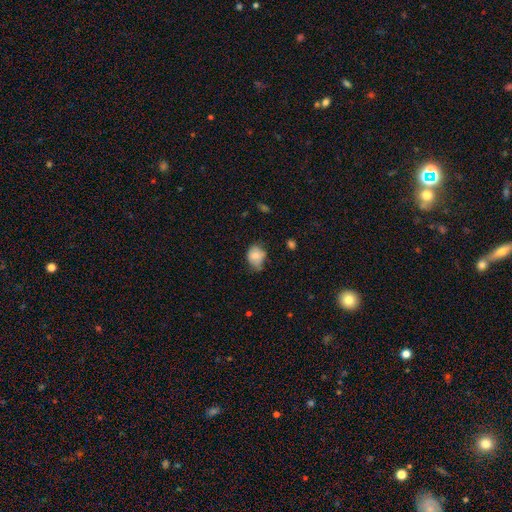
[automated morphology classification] Smooth or featured: smooth — 75% (featured or disk — 16%)
How rounded: round — 52% (in between — 47%)
Merging: none — 49% (minor disturbance — 39%)